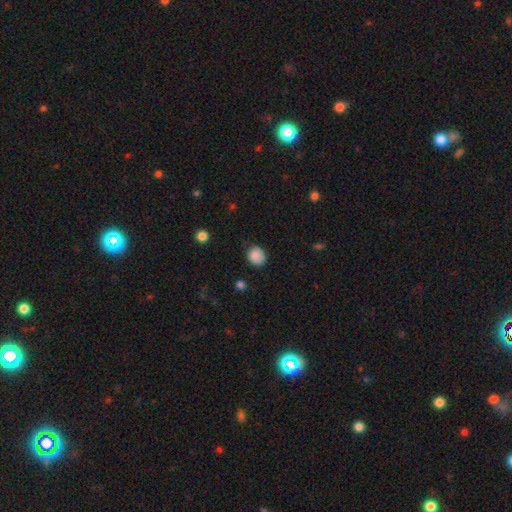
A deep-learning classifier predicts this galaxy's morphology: smooth-or-featured: smooth: 87% | star or artifact: 9% | featured or disk: 5%
  how-rounded: round: 64% | in between: 36% | cigar-shaped: 1%
  merging: none: 74% | minor disturbance: 21% | major disturbance: 4% | merger: 1%